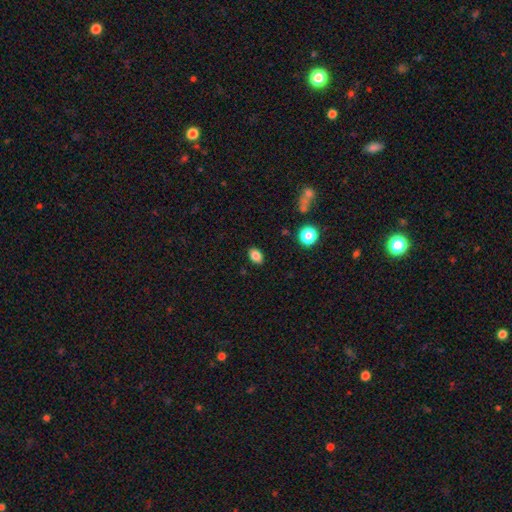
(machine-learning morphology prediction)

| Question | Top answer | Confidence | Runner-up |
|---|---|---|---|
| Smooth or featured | smooth | 85% | star or artifact (10%) |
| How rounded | in between | 82% | round (17%) |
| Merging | none | 88% | minor disturbance (8%) |